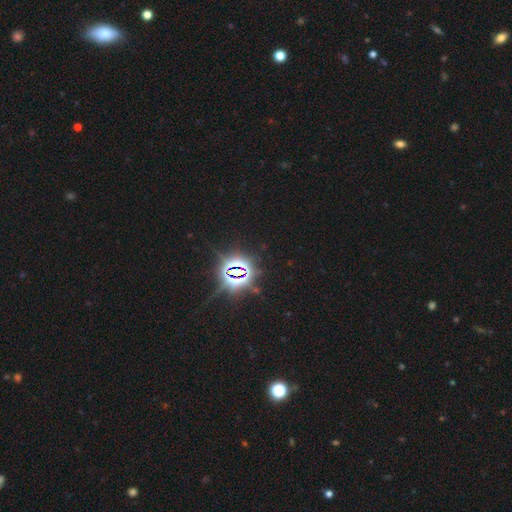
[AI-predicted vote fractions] Smooth or featured: star or artifact — 85% (smooth — 9%)